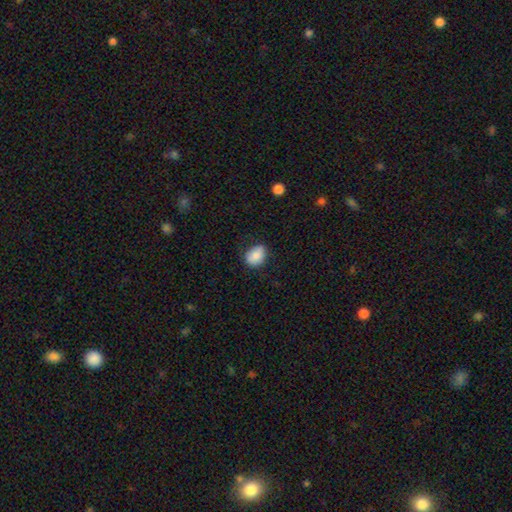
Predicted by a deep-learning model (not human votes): Smooth or featured? smooth (85%)
How rounded? in between (67%)
Merging? none (74%)